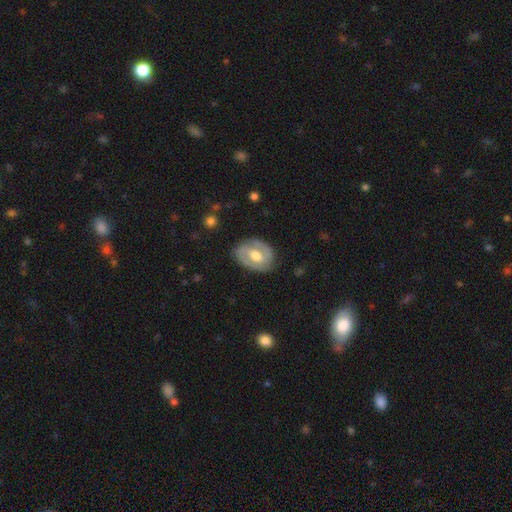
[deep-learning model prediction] This is likely a featured or disk galaxy (66%). It is clearly not viewed edge-on (95%). Bar: possibly weak (46%). Spiral arm pattern: likely yes (60%). Central bulge: likely moderate (67%). Merging: likely none (79%).